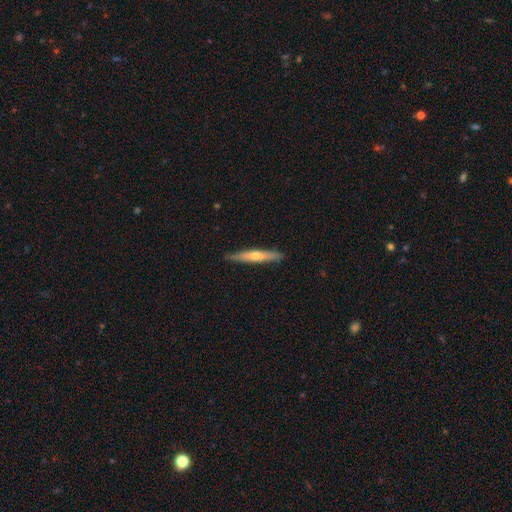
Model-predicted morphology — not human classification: Smooth or featured?
  - featured or disk: 51% *
  - smooth: 43%
  - star or artifact: 6%
Edge-on disk?
  - yes: 92% *
  - no: 8%
Merging?
  - none: 89% *
  - minor disturbance: 9%
  - major disturbance: 2%
  - merger: 1%